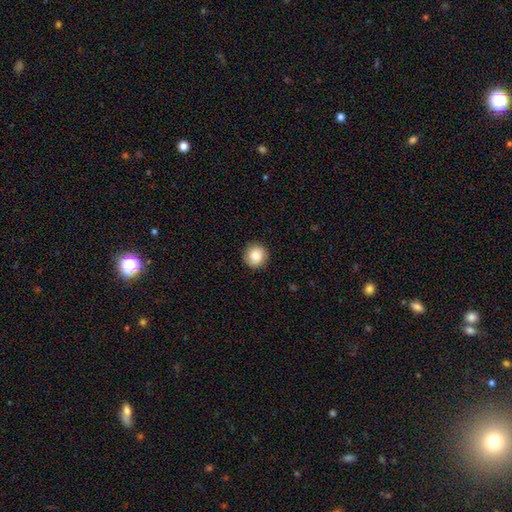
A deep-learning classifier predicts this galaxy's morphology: A smooth galaxy with no disk features (86%) that is round (94%).

Vote fractions:
- Smooth or featured? smooth: 86% / star or artifact: 8% / featured or disk: 6%
- How rounded? round: 94% / in between: 5% / cigar-shaped: 1%
- Merging? none: 90% / minor disturbance: 7% / major disturbance: 2% / merger: 1%